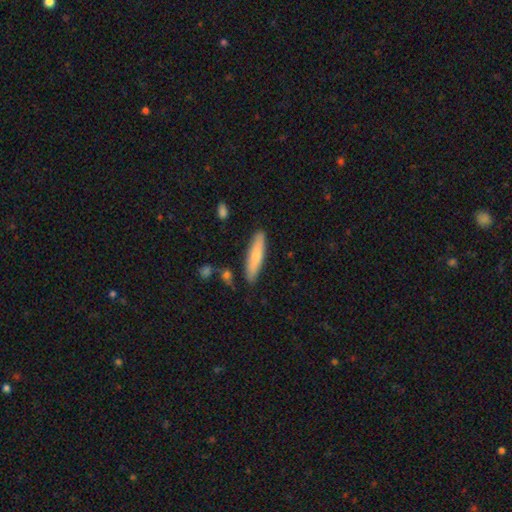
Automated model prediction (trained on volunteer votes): Q: Smooth or featured?
A: smooth (71%); runner-up: featured or disk (23%)
Q: How rounded?
A: cigar-shaped (80%); runner-up: in between (18%)
Q: Merging?
A: none (86%); runner-up: minor disturbance (10%)